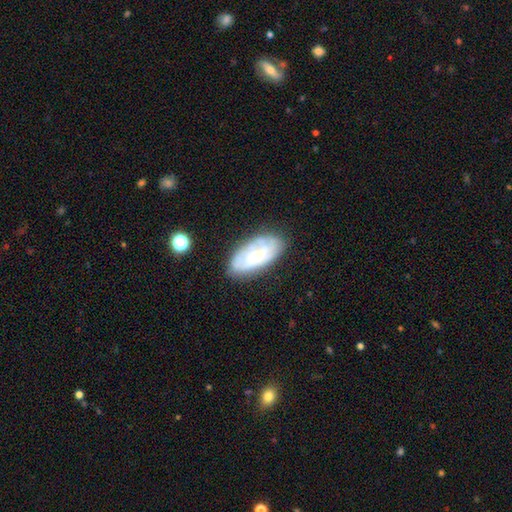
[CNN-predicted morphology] The model was most divided on "spiral arms": yes: 56%, no: 44%. More confident: edge-on disk — no (90%); bar — no (74%); merging — none (73%); bulge size — small (56%); smooth or featured — featured or disk (56%).